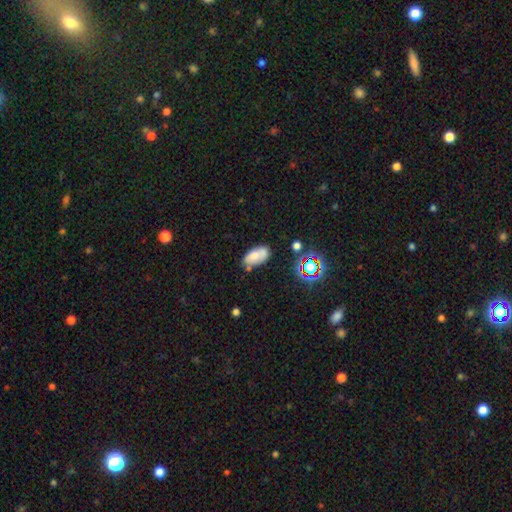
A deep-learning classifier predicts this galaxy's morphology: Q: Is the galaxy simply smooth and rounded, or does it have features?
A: smooth — 67%.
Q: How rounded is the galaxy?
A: in between — 91%.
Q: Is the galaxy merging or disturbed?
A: none — 59%.